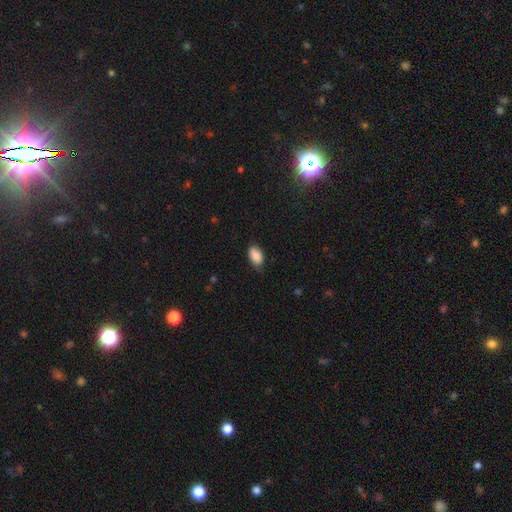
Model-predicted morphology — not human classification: smooth 88%, star or artifact 7%, featured or disk 5%. Down the decision tree: how rounded — in between (93%); merging — none (73%).